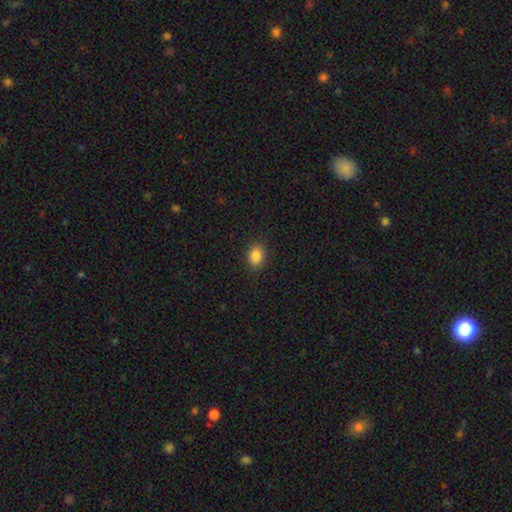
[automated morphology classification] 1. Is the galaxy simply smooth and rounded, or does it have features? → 86% smooth, 10% star or artifact, 4% featured or disk.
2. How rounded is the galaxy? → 69% in between, 30% round, 1% cigar-shaped.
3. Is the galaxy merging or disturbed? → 88% none, 9% minor disturbance, 2% major disturbance, 1% merger.